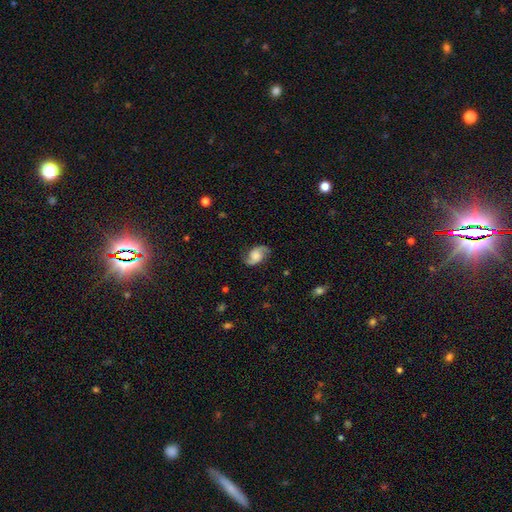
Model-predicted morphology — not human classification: Smooth or featured? Predicted: featured or disk (p=0.67). Edge-on disk? Predicted: no (p=0.97). Bar? Predicted: no (p=0.63). Spiral arms? Predicted: yes (p=0.94). Spiral winding? Predicted: loose (p=0.48). Spiral arm count? Predicted: 2 (p=0.91). Bulge size? Predicted: moderate (p=0.32). Merging? Predicted: none (p=0.77).